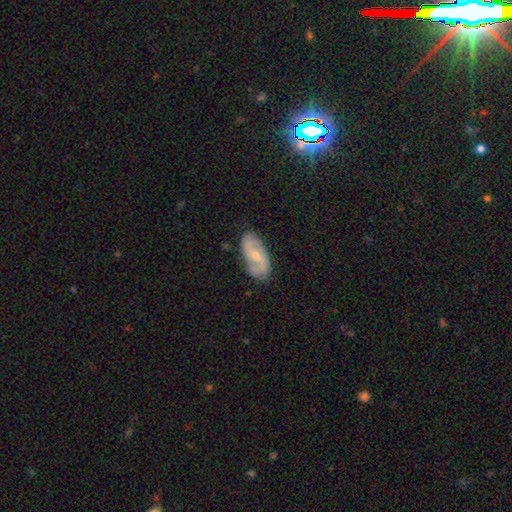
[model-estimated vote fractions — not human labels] Morphology: type=featured or disk (71%); edge-on=no (95%); bar=weak (45%); spiral arms=yes (90%); winding=medium (43%); arm count=2 (86%); bulge=small (51%); merging=none (78%).